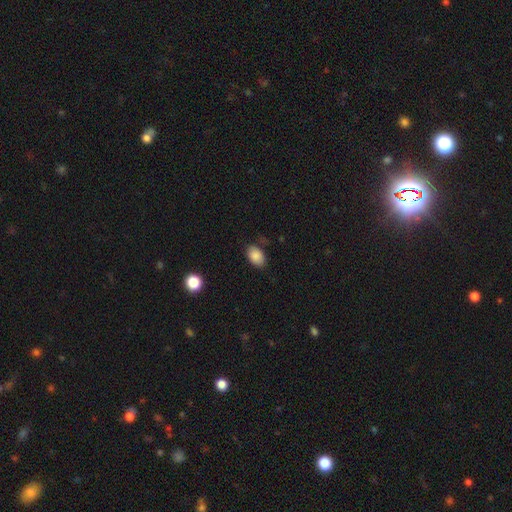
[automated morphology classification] This is clearly a smooth galaxy (87%). How rounded: clearly in between (87%). Merging: likely none (77%).